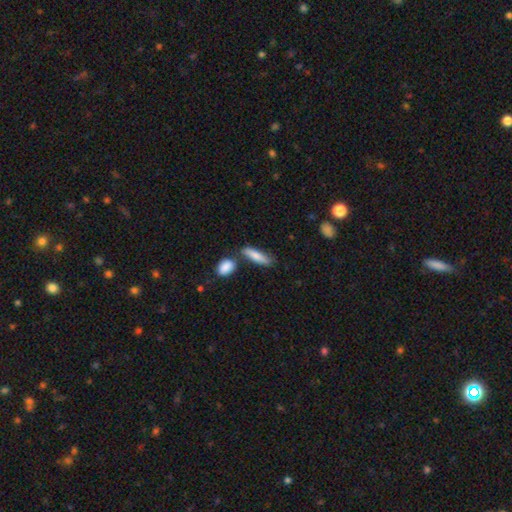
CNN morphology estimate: Smooth or featured?
  - smooth: 79% *
  - featured or disk: 15%
  - star or artifact: 6%
How rounded?
  - cigar-shaped: 58% *
  - in between: 40%
  - round: 2%
Merging?
  - none: 66% *
  - minor disturbance: 16%
  - merger: 14%
  - major disturbance: 4%